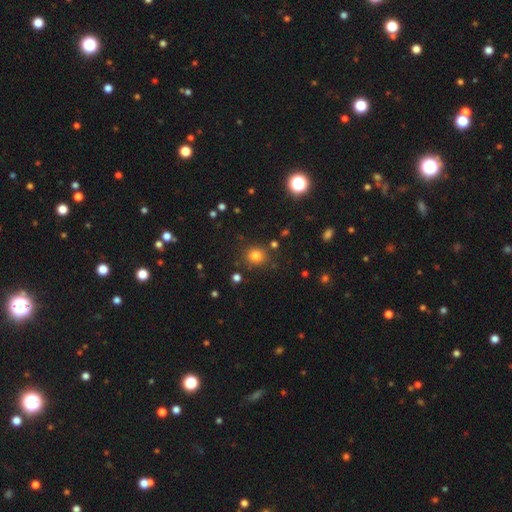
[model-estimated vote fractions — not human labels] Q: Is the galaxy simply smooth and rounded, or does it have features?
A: smooth — 79%.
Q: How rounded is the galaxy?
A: round — 88%.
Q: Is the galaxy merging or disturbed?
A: none — 85%.